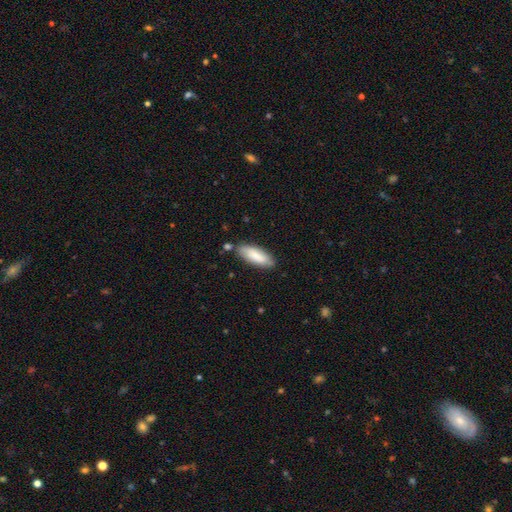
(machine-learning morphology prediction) Smooth or featured?
  - smooth: 82% *
  - featured or disk: 12%
  - star or artifact: 6%
How rounded?
  - in between: 65% *
  - cigar-shaped: 34%
  - round: 1%
Merging?
  - none: 78% *
  - minor disturbance: 15%
  - merger: 4%
  - major disturbance: 3%